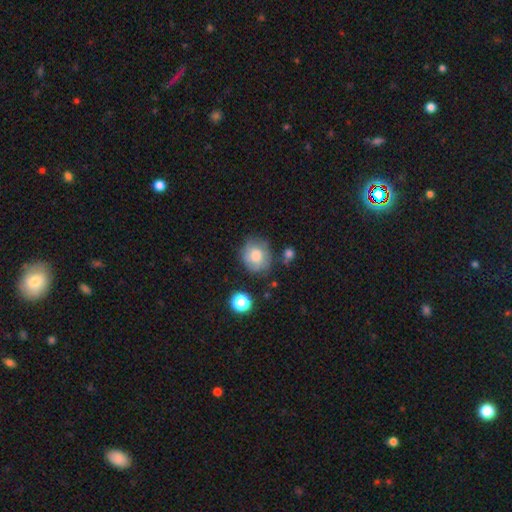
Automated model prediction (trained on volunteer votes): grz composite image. It shows a smooth galaxy with no disk features (68%) that is round (74%). Merging: none (65%).